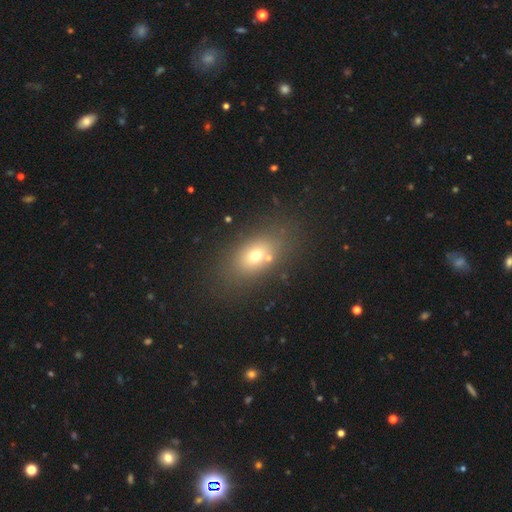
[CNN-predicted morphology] smooth 67%, featured or disk 18%, star or artifact 16%. Down the decision tree: how rounded — in between (75%); merging — none (73%).